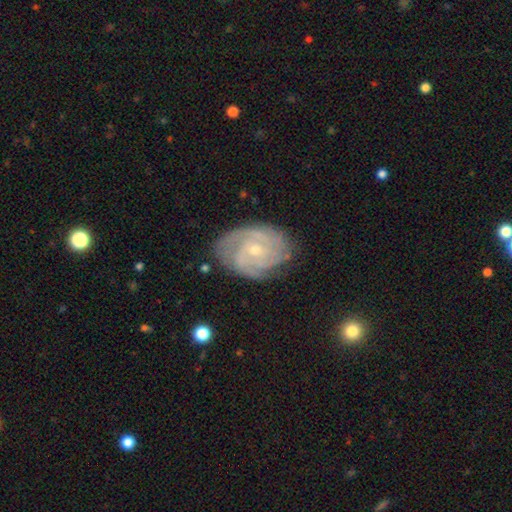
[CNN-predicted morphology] Smooth or featured?
  - featured or disk: 84% *
  - smooth: 8%
  - star or artifact: 7%
Edge-on disk?
  - no: 97% *
  - yes: 3%
Bar?
  - no: 65% *
  - weak: 28%
  - strong: 7%
Spiral arms?
  - yes: 97% *
  - no: 3%
Spiral winding?
  - tight: 69% *
  - medium: 26%
  - loose: 5%
Spiral arm count?
  - 3: 31% *
  - 2: 28%
  - can't tell: 18%
  - 4: 12%
  - more than 4: 6%
  - 1: 5%
Bulge size?
  - small: 66% *
  - moderate: 30%
  - none: 1%
  - large: 1%
  - dominant: 1%
Merging?
  - none: 78% *
  - minor disturbance: 17%
  - major disturbance: 4%
  - merger: 1%